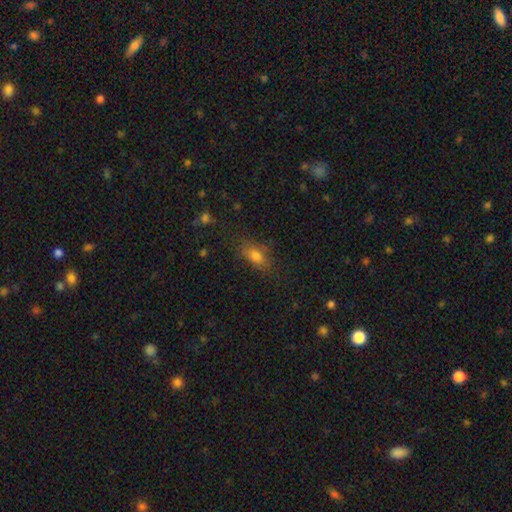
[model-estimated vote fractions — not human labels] Smooth or featured? smooth (74%)
How rounded? in between (77%)
Merging? none (71%)